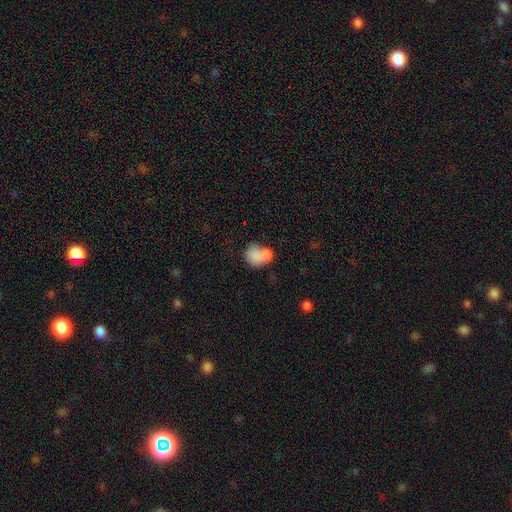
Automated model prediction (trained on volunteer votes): smooth-or-featured: smooth: 76% | featured or disk: 16% | star or artifact: 8%
  how-rounded: round: 49% (tied) | in between: 49% (tied) | cigar-shaped: 1%
  merging: merger: 55% | none: 24% | minor disturbance: 12% | major disturbance: 8%